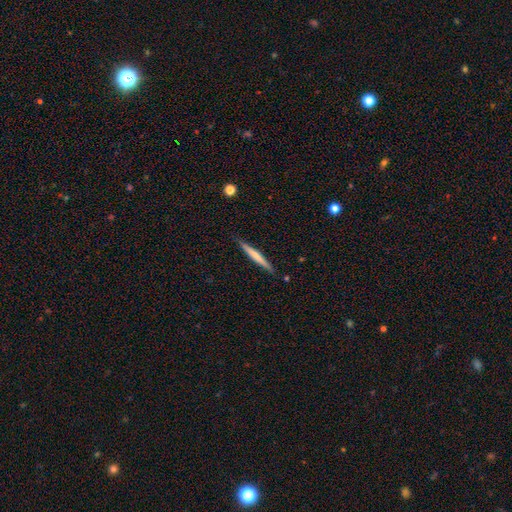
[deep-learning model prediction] A smooth galaxy with no disk features (55%) that is cigar-shaped (96%). Merging: none (89%).